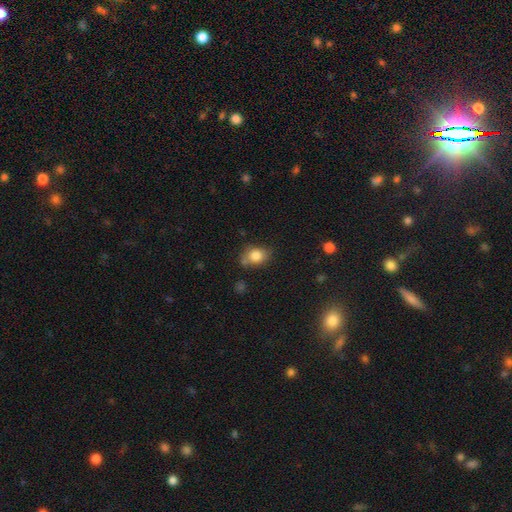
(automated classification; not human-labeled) This is clearly a smooth galaxy (83%). How rounded: possibly round (50%). Merging: likely none (63%).